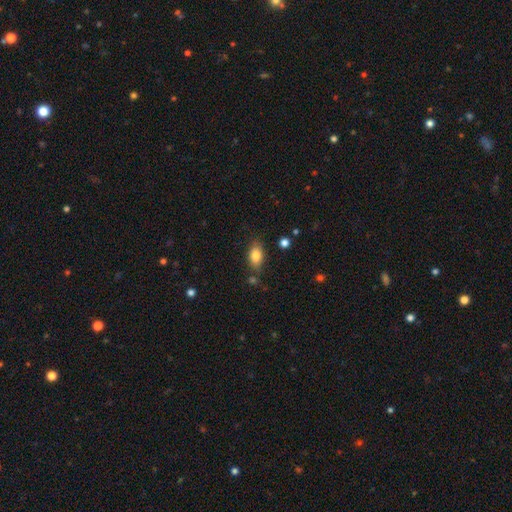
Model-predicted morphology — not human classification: Smooth or featured: smooth — 81% (featured or disk — 10%)
How rounded: in between — 86% (round — 9%)
Merging: none — 77% (minor disturbance — 15%)